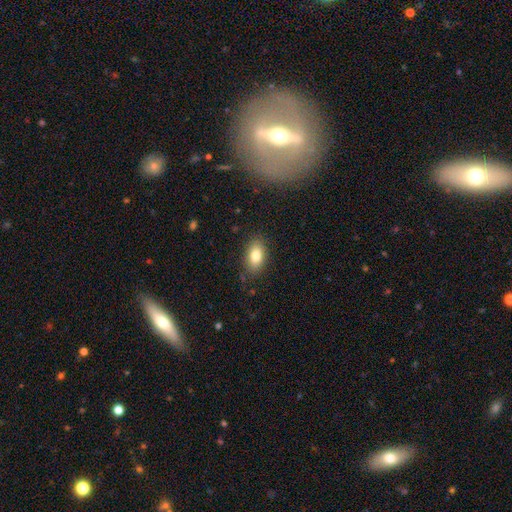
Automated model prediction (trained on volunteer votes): A smooth galaxy with no disk features (81%) that is in between round and cigar-shaped (89%).

Vote fractions:
- Smooth or featured? smooth: 81% / featured or disk: 11% / star or artifact: 8%
- How rounded? in between: 89% / round: 8% / cigar-shaped: 2%
- Merging? none: 85% / minor disturbance: 11% / major disturbance: 3% / merger: 1%